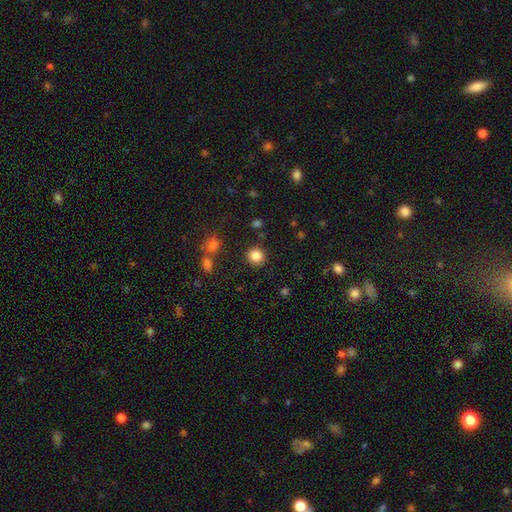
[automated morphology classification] smooth_or_featured: smooth (p=0.85) [alt: star or artifact p=0.11]
how_rounded: round (p=0.89) [alt: in between p=0.10]
merging: none (p=0.87) [alt: minor disturbance p=0.07]